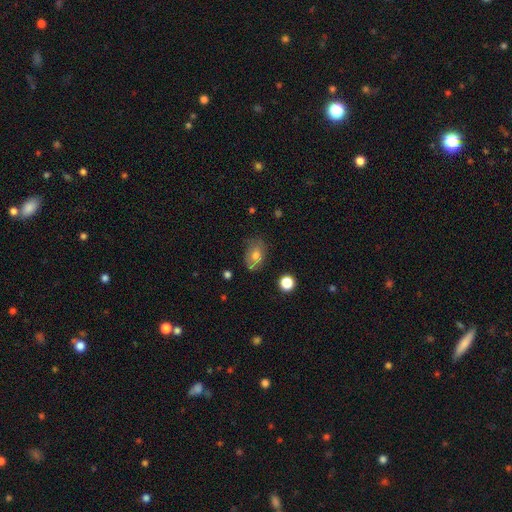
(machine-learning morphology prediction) Smooth or featured? smooth (67%)
How rounded? in between (77%)
Merging? none (63%)